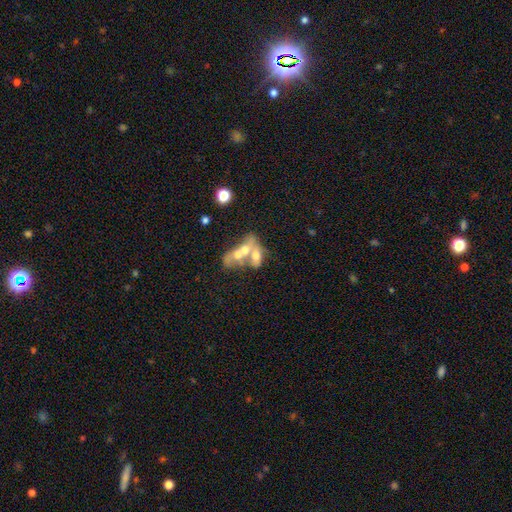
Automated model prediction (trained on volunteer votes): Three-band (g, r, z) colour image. It shows a smooth galaxy with no disk features (45%). Merging: merger (76%).